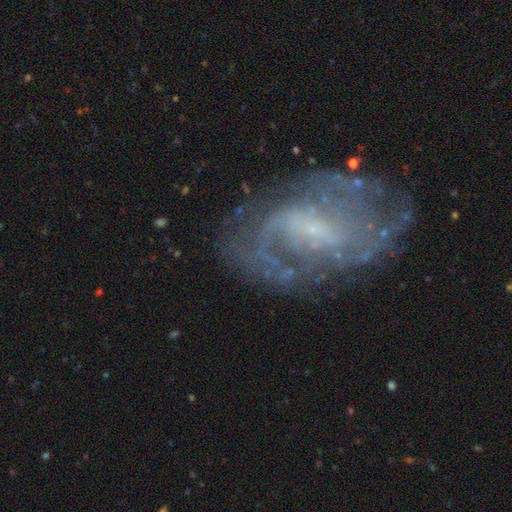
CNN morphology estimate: featured or disk 82%, smooth 10%, star or artifact 8%. Down the decision tree: edge-on disk — no (97%); bar — weak (50%); spiral arms — yes (87%); spiral arm count — can't tell (36%, tied with 2); spiral winding — medium (43%); bulge size — small (68%); merging — none (66%).